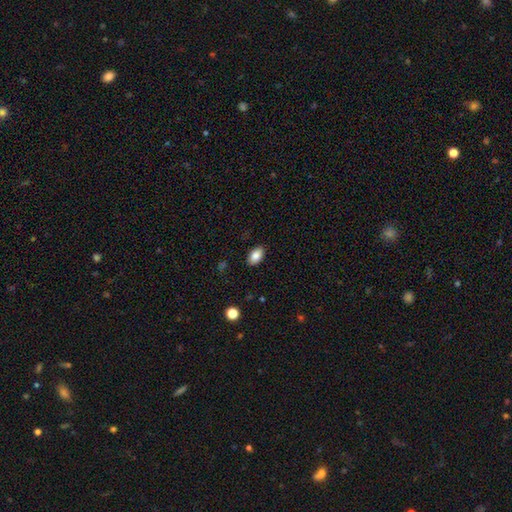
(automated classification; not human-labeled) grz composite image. It shows a smooth galaxy with no disk features (86%) that is in between round and cigar-shaped (92%). Merging: none (88%).